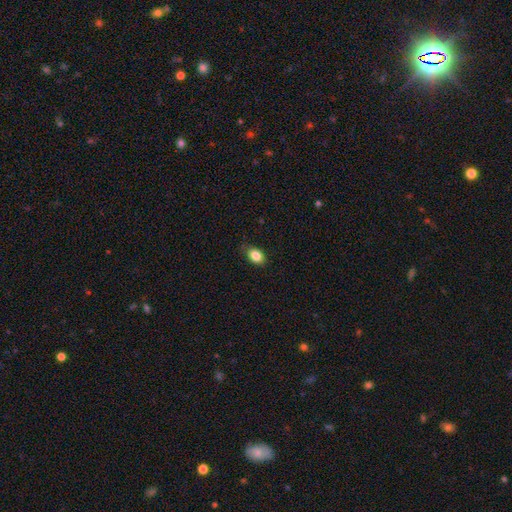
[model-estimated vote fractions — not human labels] A smooth galaxy with no disk features (85%) that is in between round and cigar-shaped (80%).

Vote fractions:
- Smooth or featured? smooth: 85% / star or artifact: 9% / featured or disk: 6%
- How rounded? in between: 80% / round: 18% / cigar-shaped: 2%
- Merging? none: 79% / minor disturbance: 17% / major disturbance: 3% / merger: 1%